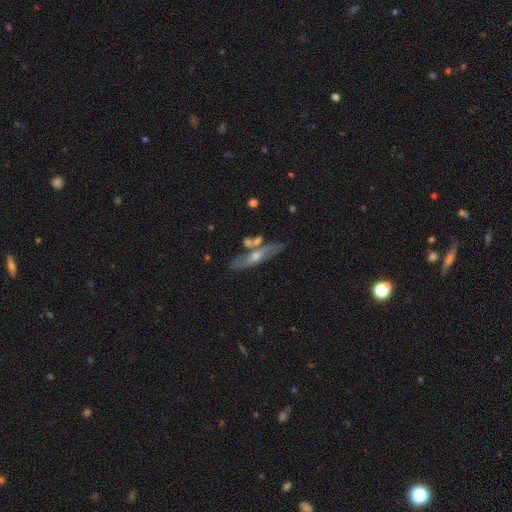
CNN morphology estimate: The model was most divided on "smooth or featured": featured or disk: 59%, smooth: 34%, star or artifact: 7%. More confident: merging — none (66%); edge-on disk — yes (64%).